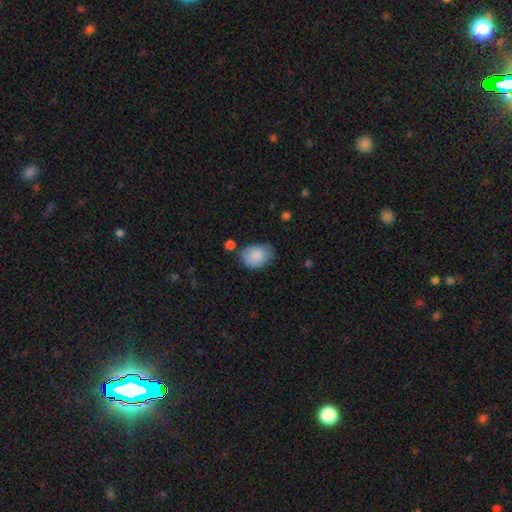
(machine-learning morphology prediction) smooth_or_featured: smooth (p=0.88) [alt: star or artifact p=0.06]
how_rounded: in between (p=0.78) [alt: round p=0.21]
merging: none (p=0.64) [alt: minor disturbance p=0.24]